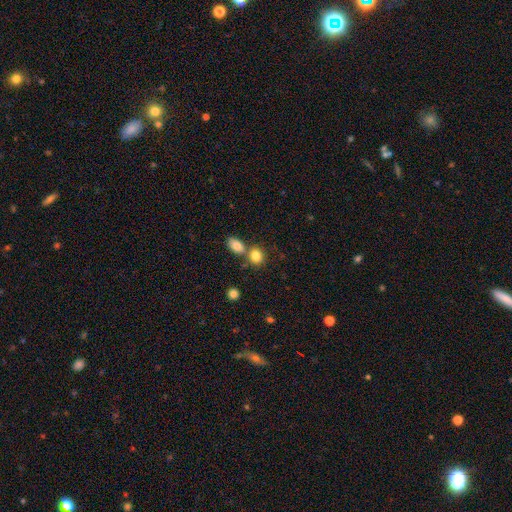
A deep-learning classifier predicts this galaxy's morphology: smooth-or-featured: smooth: 83% | star or artifact: 10% | featured or disk: 7%
  how-rounded: round: 60% | in between: 38% | cigar-shaped: 1%
  merging: none: 55% | merger: 32% | minor disturbance: 9% | major disturbance: 3%